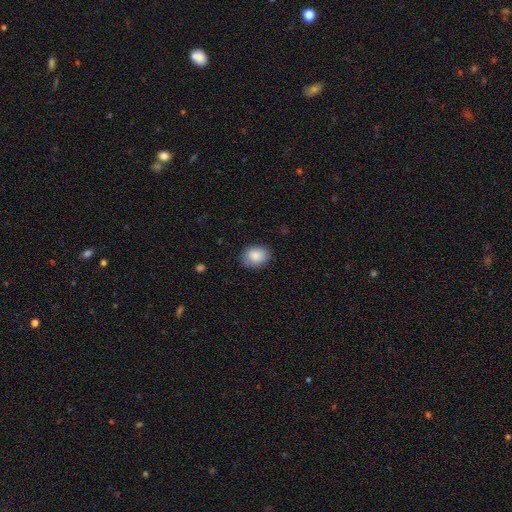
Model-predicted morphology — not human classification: This is clearly a smooth galaxy (87%). How rounded: likely in between (67%). Merging: clearly none (81%).